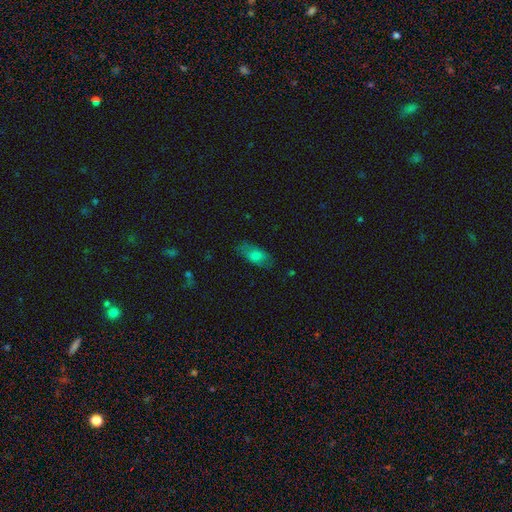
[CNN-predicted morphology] Smooth or featured? smooth (71%)
How rounded? in between (85%)
Merging? none (74%)